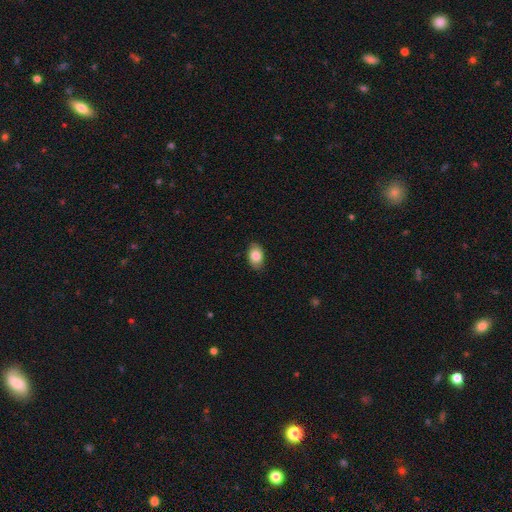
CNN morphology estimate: Q: Smooth or featured?
A: smooth (85%); runner-up: featured or disk (8%)
Q: How rounded?
A: in between (86%); runner-up: round (13%)
Q: Merging?
A: none (85%); runner-up: minor disturbance (12%)